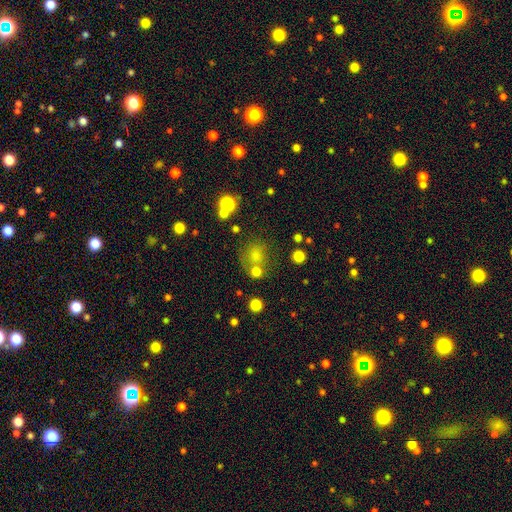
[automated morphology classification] smooth-or-featured: smooth: 60% | star or artifact: 30% | featured or disk: 10%
  how-rounded: round: 79% | in between: 20% | cigar-shaped: 1%
  merging: none: 65% | merger: 16% | minor disturbance: 13% | major disturbance: 6%